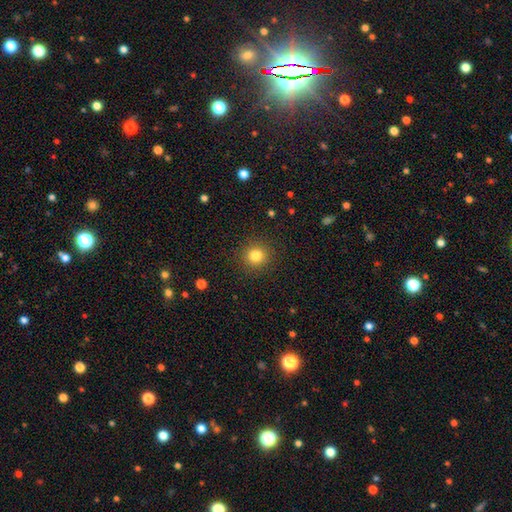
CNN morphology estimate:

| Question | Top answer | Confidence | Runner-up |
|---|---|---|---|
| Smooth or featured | smooth | 82% | star or artifact (12%) |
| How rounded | round | 92% | in between (7%) |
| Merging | none | 90% | minor disturbance (6%) |